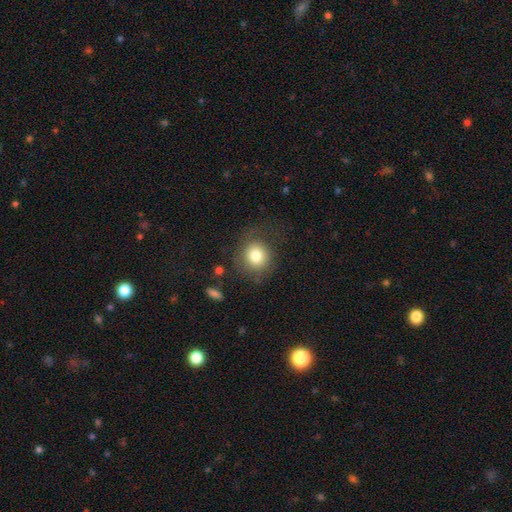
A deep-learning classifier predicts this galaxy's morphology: Q: Smooth or featured?
A: smooth (78%); runner-up: featured or disk (13%)
Q: How rounded?
A: round (83%); runner-up: in between (16%)
Q: Merging?
A: none (66%); runner-up: minor disturbance (18%)